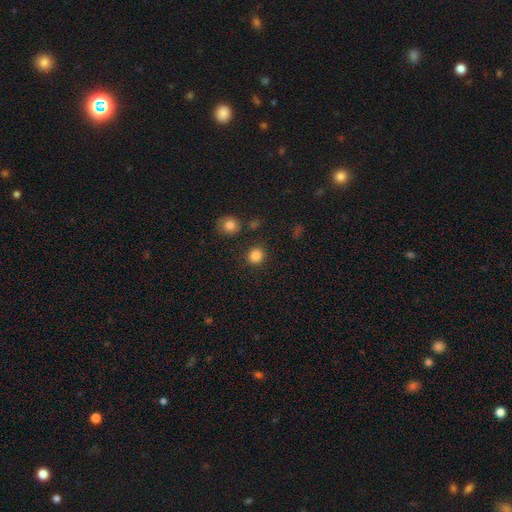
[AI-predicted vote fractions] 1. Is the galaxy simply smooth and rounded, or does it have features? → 85% smooth, 11% star or artifact, 4% featured or disk.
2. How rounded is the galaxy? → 89% round, 10% in between, 1% cigar-shaped.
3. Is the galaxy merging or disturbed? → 88% none, 6% minor disturbance, 3% merger, 3% major disturbance.